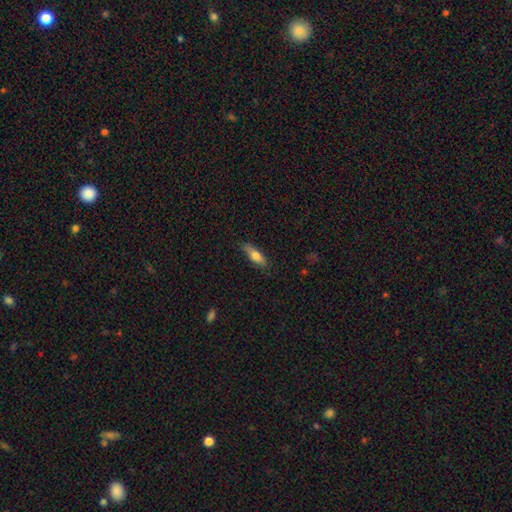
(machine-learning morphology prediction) Smooth or featured: smooth — 69% (featured or disk — 24%)
How rounded: in between — 52% (cigar-shaped — 45%)
Merging: none — 77% (minor disturbance — 18%)